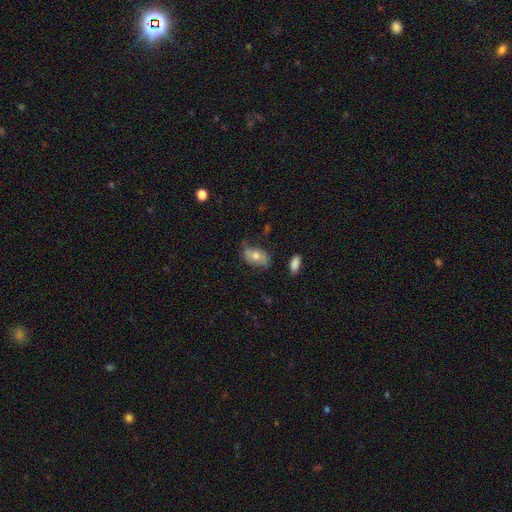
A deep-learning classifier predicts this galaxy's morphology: Smooth or featured?
  - smooth: 57% *
  - featured or disk: 36%
  - star or artifact: 8%
How rounded?
  - in between: 88% *
  - round: 10%
  - cigar-shaped: 2%
Merging?
  - none: 57% *
  - minor disturbance: 29%
  - major disturbance: 11%
  - merger: 3%